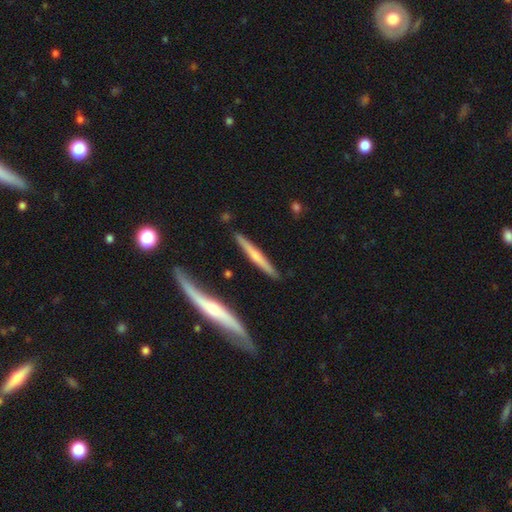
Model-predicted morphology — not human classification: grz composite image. It shows a featured or disk galaxy (56%) viewed edge-on (94%) with a rounded central bulge (63%). Merging: none (84%).